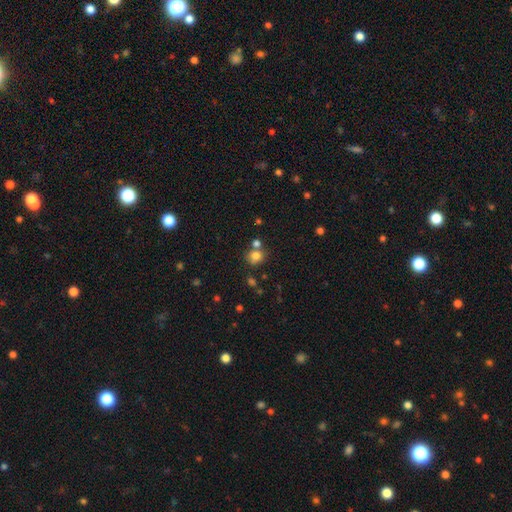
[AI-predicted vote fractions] A smooth galaxy with no disk features (77%) that is round (72%). Merging: none (58%).